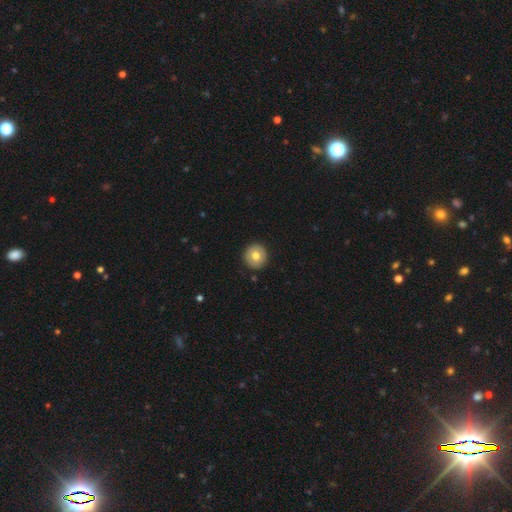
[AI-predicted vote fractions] smooth_or_featured: smooth (p=0.72) [alt: featured or disk p=0.21]
how_rounded: round (p=0.93) [alt: in between p=0.06]
merging: none (p=0.91) [alt: minor disturbance p=0.06]